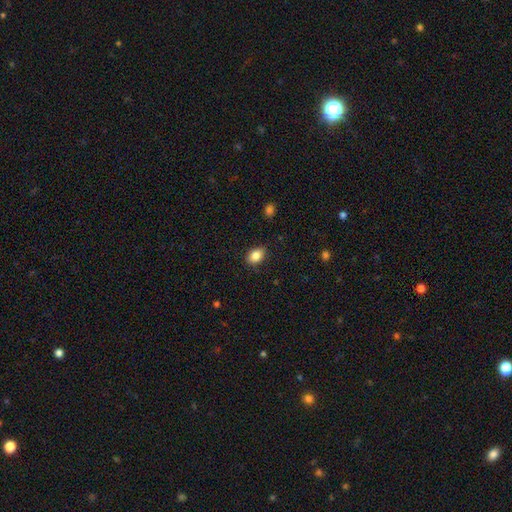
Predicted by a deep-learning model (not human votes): A smooth galaxy with no disk features (85%) that is in between round and cigar-shaped (80%).

Vote fractions:
- Smooth or featured? smooth: 85% / star or artifact: 9% / featured or disk: 7%
- How rounded? in between: 80% / round: 18% / cigar-shaped: 1%
- Merging? none: 85% / minor disturbance: 11% / major disturbance: 2% / merger: 1%